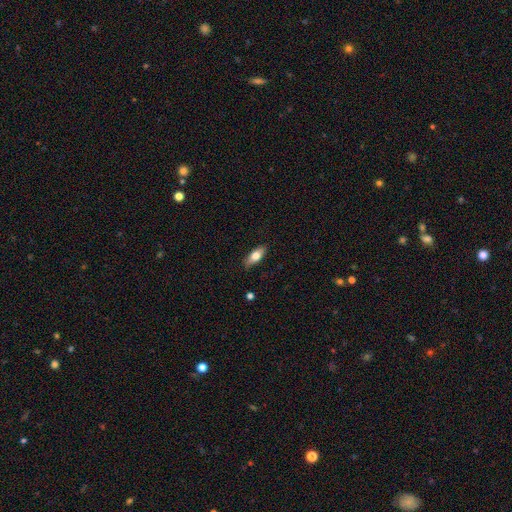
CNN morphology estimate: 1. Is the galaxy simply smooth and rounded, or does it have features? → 68% smooth, 26% featured or disk, 6% star or artifact.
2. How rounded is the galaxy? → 76% in between, 20% cigar-shaped, 3% round.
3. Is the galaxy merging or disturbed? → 86% none, 11% minor disturbance, 2% major disturbance, 1% merger.